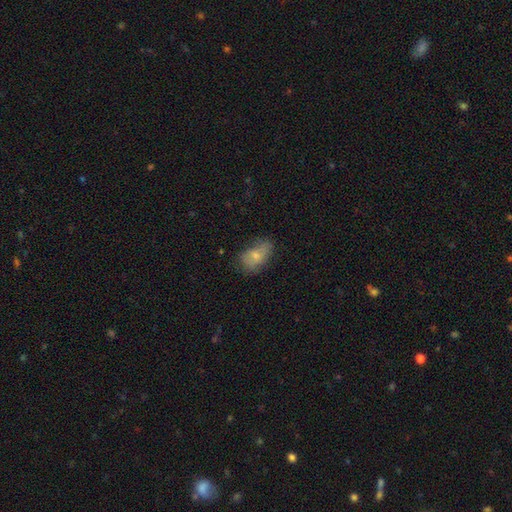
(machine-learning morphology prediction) Smooth or featured? Predicted: smooth (p=0.68). How rounded? Predicted: in between (p=0.88). Merging? Predicted: none (p=0.50).